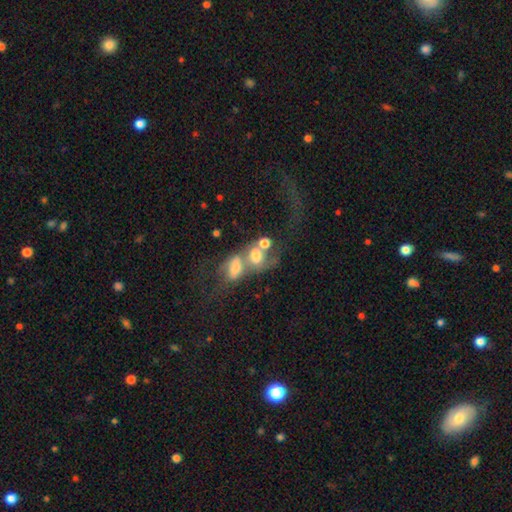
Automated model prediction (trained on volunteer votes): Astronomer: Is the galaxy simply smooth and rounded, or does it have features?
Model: smooth — 55% (runner-up: featured or disk, 32%).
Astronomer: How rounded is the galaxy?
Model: in between — 57% (runner-up: round, 40%).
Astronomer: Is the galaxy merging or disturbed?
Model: merger — 70%.